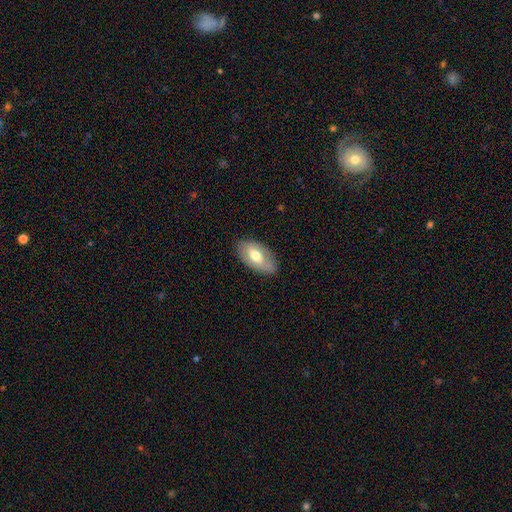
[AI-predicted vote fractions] Q: Smooth or featured?
A: smooth (59%); runner-up: featured or disk (35%)
Q: How rounded?
A: in between (93%); runner-up: round (4%)
Q: Merging?
A: none (81%); runner-up: minor disturbance (15%)